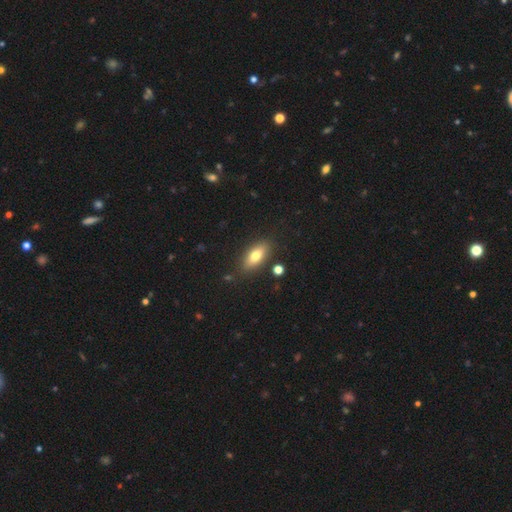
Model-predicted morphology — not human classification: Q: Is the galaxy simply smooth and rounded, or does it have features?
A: smooth — 71%.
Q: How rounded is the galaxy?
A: in between — 80%.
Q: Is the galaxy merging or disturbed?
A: none — 84%.